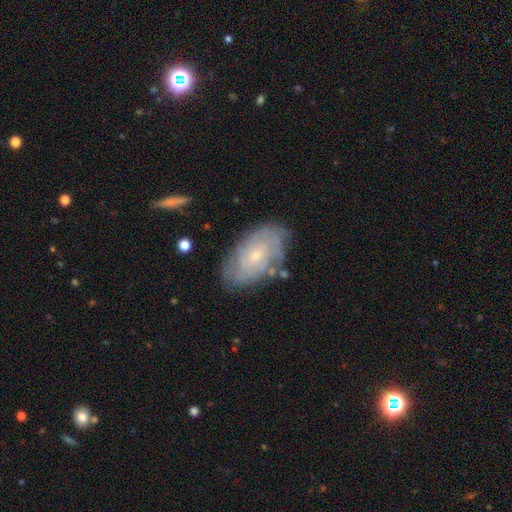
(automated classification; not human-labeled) Morphology: type=featured or disk (69%); edge-on=no (94%); bar=no (75%); spiral arms=yes (84%); winding=tight (67%); arm count=can't tell (56%); bulge=small (72%); merging=none (73%).